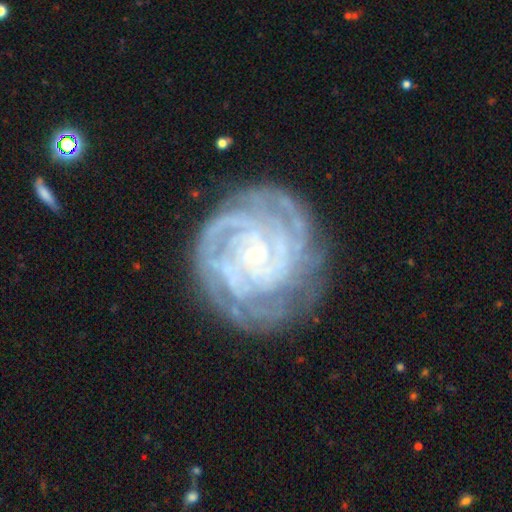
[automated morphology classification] Smooth or featured: featured or disk — 87% (star or artifact — 7%)
Edge-on disk: no — 97% (yes — 3%)
Bar: no — 75% (weak — 18%)
Spiral arms: yes — 97% (no — 3%)
Spiral winding: tight — 80% (medium — 17%)
Spiral arm count: 4 — 25% (can't tell — 22%)
Bulge size: small — 87% (moderate — 9%)
Merging: none — 76% (minor disturbance — 16%)